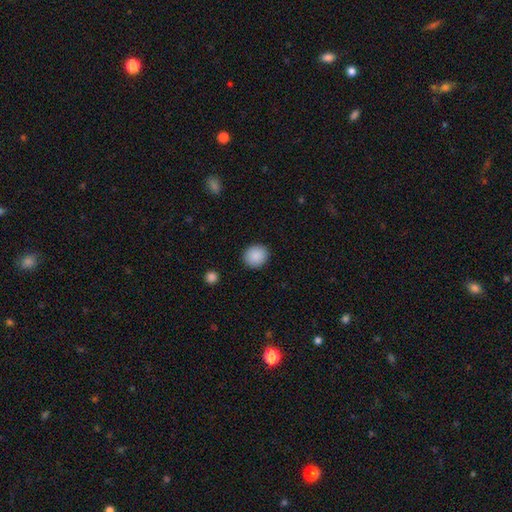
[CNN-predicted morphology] smooth-or-featured: smooth: 89% | star or artifact: 8% | featured or disk: 3%
  how-rounded: round: 85% | in between: 14% | cigar-shaped: 1%
  merging: none: 91% | minor disturbance: 6% | major disturbance: 2% | merger: 1%